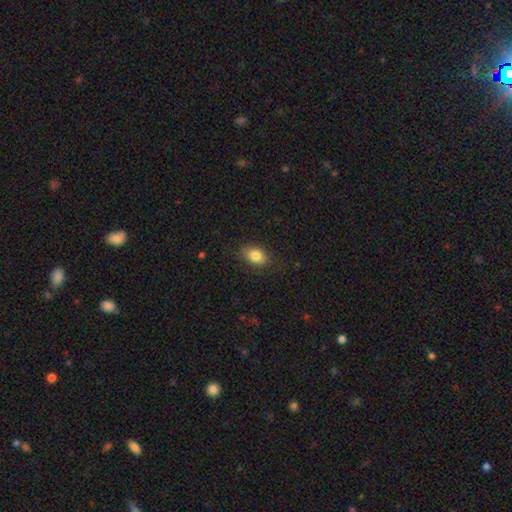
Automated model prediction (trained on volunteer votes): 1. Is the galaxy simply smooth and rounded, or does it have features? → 84% smooth, 9% star or artifact, 7% featured or disk.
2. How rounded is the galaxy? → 81% in between, 17% round, 2% cigar-shaped.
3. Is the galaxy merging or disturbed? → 82% none, 13% minor disturbance, 4% major disturbance, 1% merger.